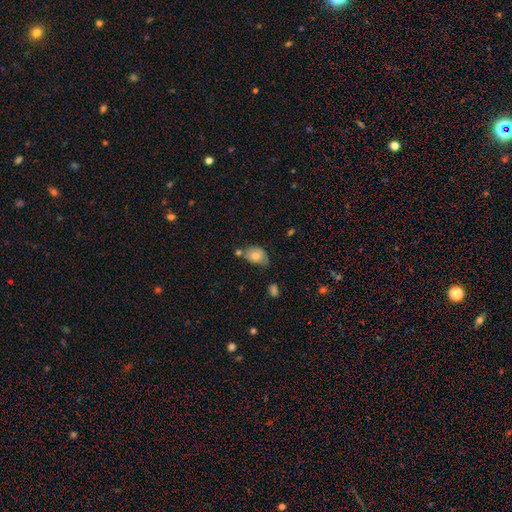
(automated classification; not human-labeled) Morphology: type=smooth (73%); roundness=in between (80%); merging=none (48%).